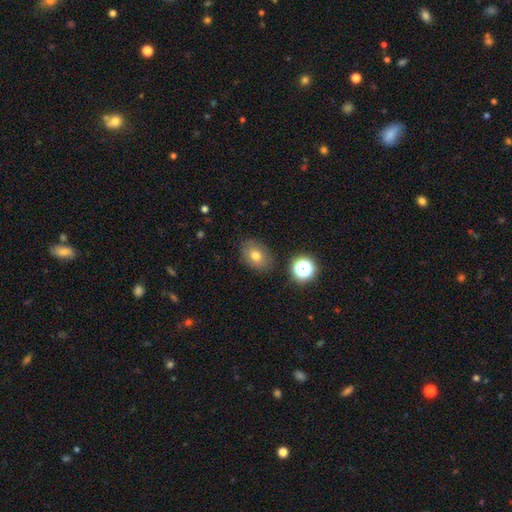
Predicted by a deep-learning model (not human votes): smooth-or-featured: smooth: 73% | featured or disk: 14% | star or artifact: 13%
  how-rounded: in between: 67% | round: 32% | cigar-shaped: 1%
  merging: none: 83% | minor disturbance: 12% | major disturbance: 3% | merger: 3%